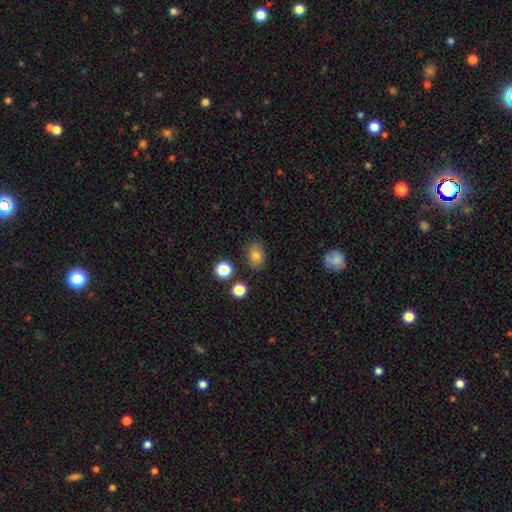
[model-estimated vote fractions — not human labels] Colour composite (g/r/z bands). It shows a smooth galaxy with no disk features (78%) that is in between round and cigar-shaped (74%). Merging: none (82%).